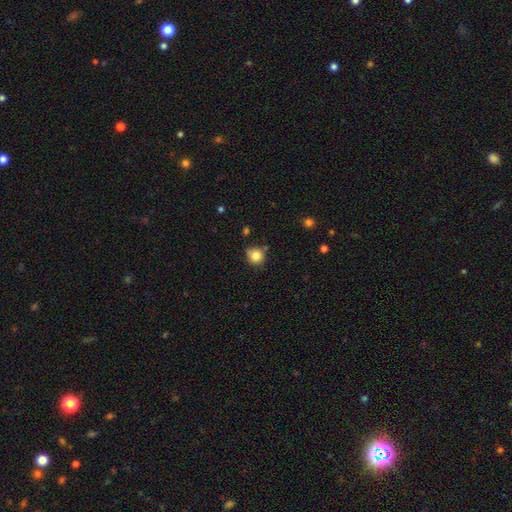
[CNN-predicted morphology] Smooth or featured?
  - smooth: 82% *
  - star or artifact: 11%
  - featured or disk: 7%
How rounded?
  - round: 89% *
  - in between: 10%
  - cigar-shaped: 1%
Merging?
  - none: 75% *
  - minor disturbance: 18%
  - merger: 5%
  - major disturbance: 3%